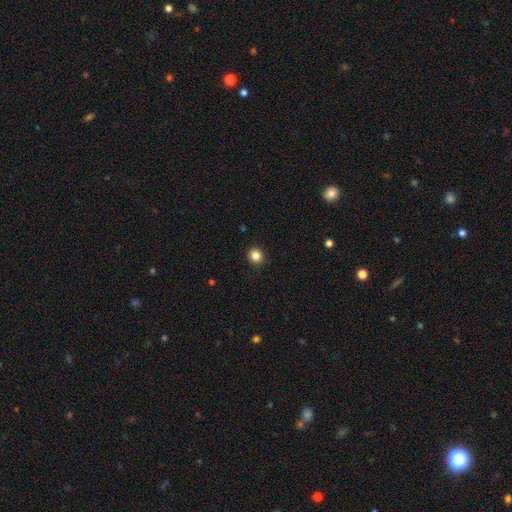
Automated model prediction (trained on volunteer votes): A smooth galaxy with no disk features (84%) that is round (87%). Merging: none (91%).